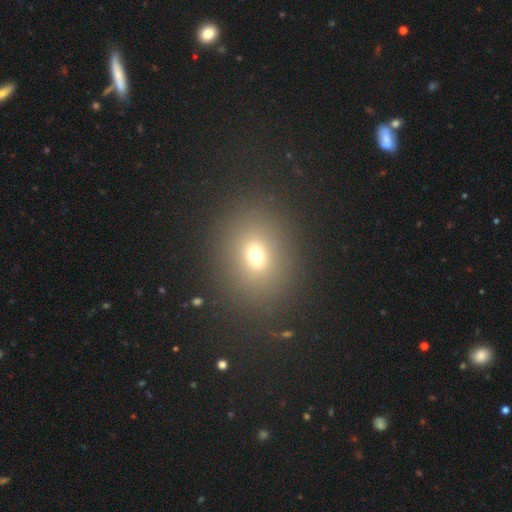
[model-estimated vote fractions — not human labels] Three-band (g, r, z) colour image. It shows a smooth galaxy with no disk features (67%) that is round (58%). Merging: none (84%).